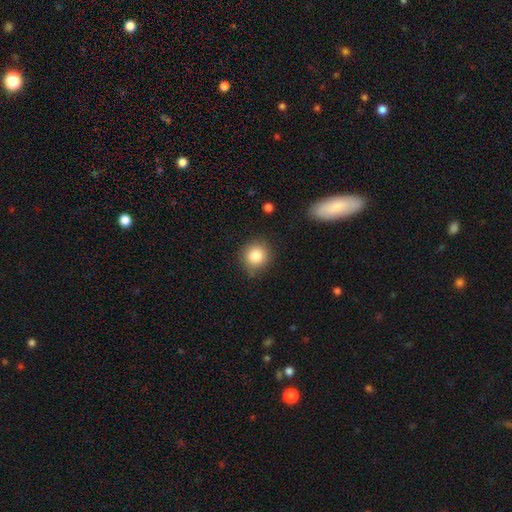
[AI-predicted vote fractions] Morphology: type=smooth (83%); roundness=round (86%); merging=none (82%).